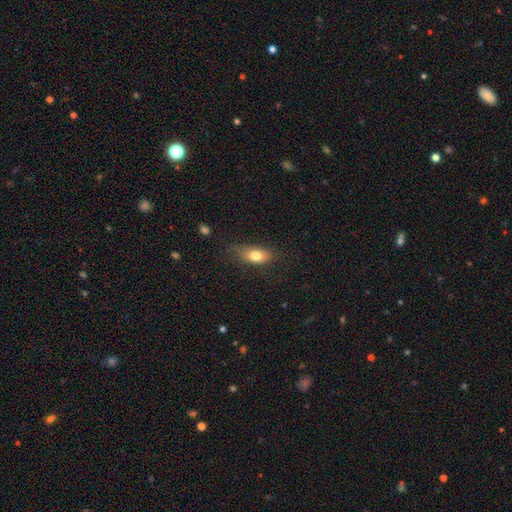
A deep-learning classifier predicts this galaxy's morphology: smooth_or_featured: smooth (p=0.77) [alt: featured or disk p=0.15]
how_rounded: in between (p=0.81) [alt: cigar-shaped p=0.09]
merging: none (p=0.64) [alt: minor disturbance p=0.25]